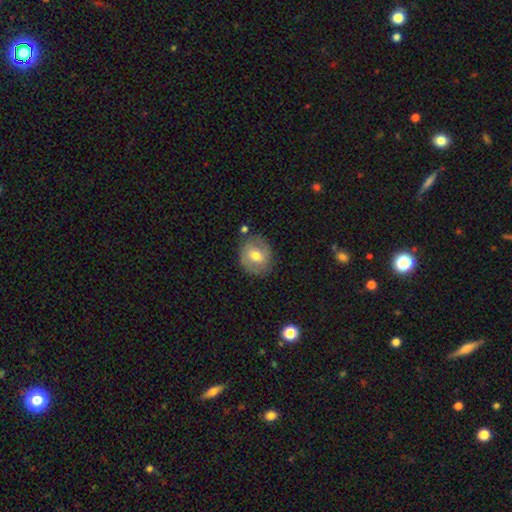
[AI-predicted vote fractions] This appears to be a smooth galaxy with no disk features (57%) that is round (65%). Merging: none (77%).